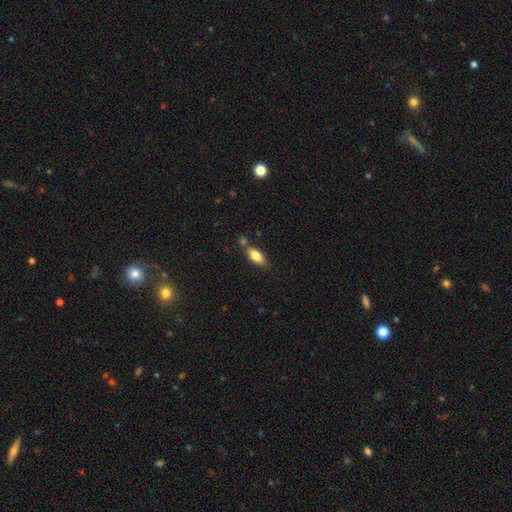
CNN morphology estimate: A smooth galaxy with no disk features (77%) that is in between round and cigar-shaped (80%). Merging: none (66%).